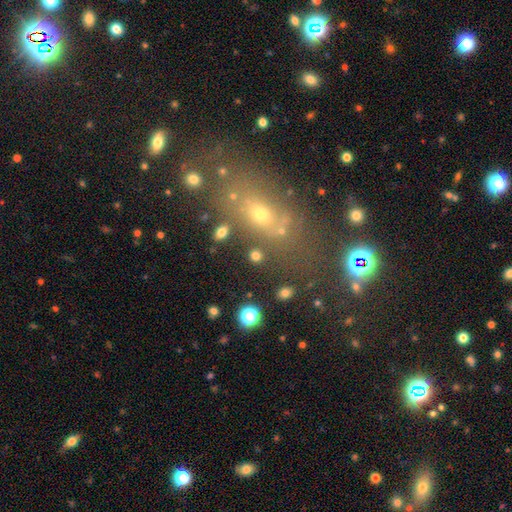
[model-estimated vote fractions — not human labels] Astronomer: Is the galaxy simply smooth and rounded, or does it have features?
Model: smooth — 76%.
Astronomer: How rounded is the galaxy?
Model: round — 61% (runner-up: in between, 36%).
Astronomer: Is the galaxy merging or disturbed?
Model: none — 77%.